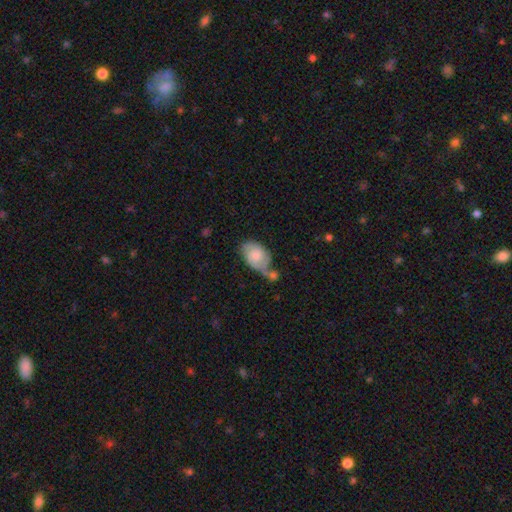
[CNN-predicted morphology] Smooth or featured?
  - smooth: 64% *
  - featured or disk: 29%
  - star or artifact: 7%
How rounded?
  - in between: 83% *
  - round: 16%
  - cigar-shaped: 1%
Merging?
  - none: 32% *
  - merger: 30%
  - minor disturbance: 25%
  - major disturbance: 13%